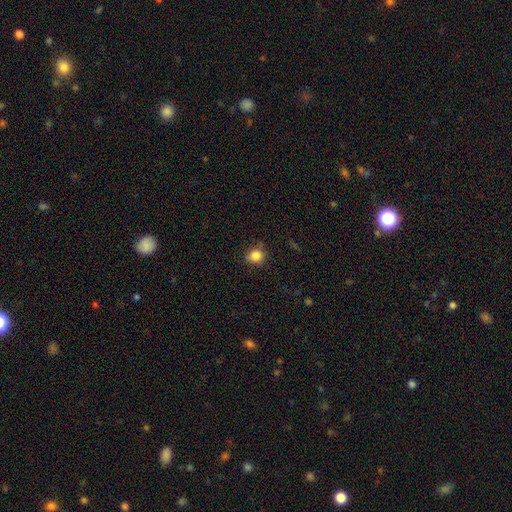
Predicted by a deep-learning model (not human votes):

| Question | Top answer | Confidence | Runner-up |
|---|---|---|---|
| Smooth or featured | smooth | 84% | star or artifact (11%) |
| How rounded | round | 85% | in between (14%) |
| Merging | none | 80% | minor disturbance (15%) |